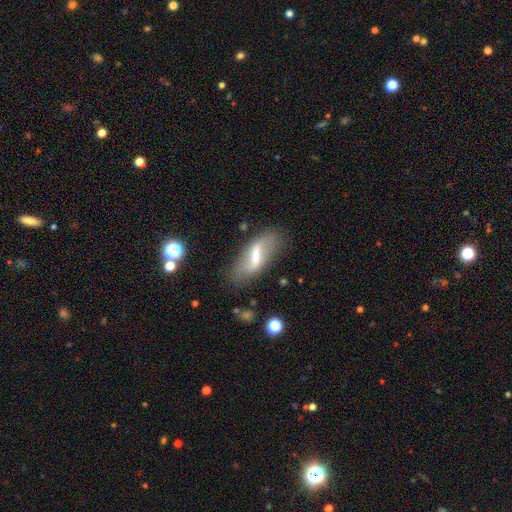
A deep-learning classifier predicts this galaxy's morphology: A featured or disk galaxy (56%). Merging: none (74%).